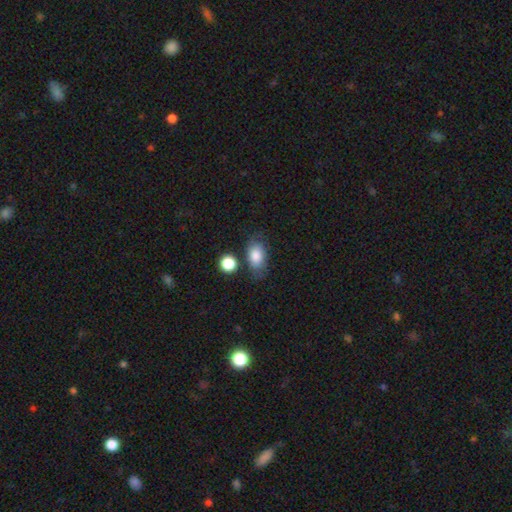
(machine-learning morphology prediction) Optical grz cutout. It shows a smooth galaxy with no disk features (82%) that is in between round and cigar-shaped (86%). Merging: none (66%).